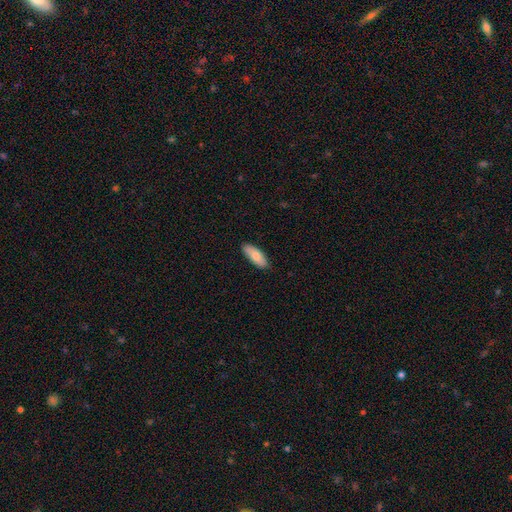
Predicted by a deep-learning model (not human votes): Overall: smooth (80%). How rounded: in between (74%). Merging: none (87%).